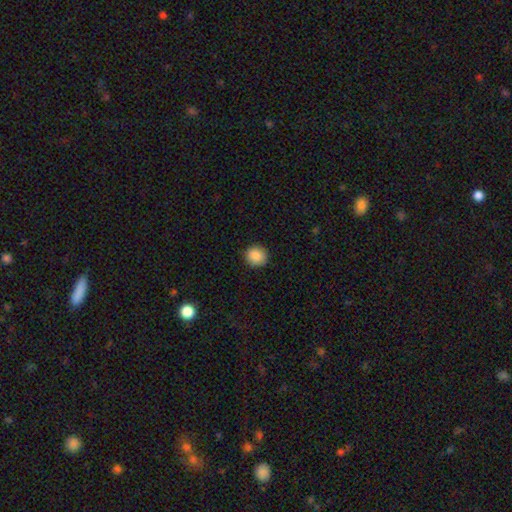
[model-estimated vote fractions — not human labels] A smooth galaxy with no disk features (87%) that is round (91%).

Vote fractions:
- Smooth or featured? smooth: 87% / star or artifact: 9% / featured or disk: 4%
- How rounded? round: 91% / in between: 8% / cigar-shaped: 1%
- Merging? none: 91% / minor disturbance: 7% / major disturbance: 2% / merger: 1%